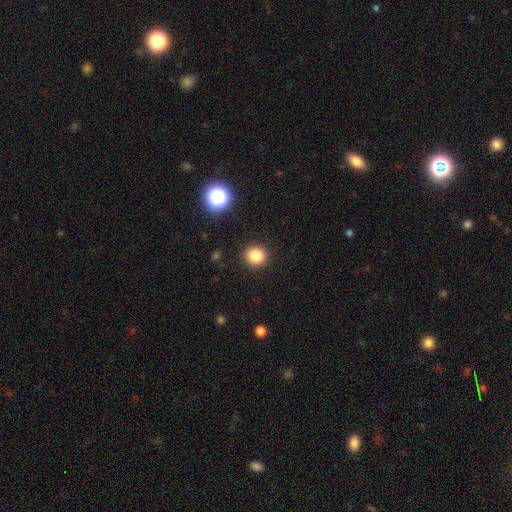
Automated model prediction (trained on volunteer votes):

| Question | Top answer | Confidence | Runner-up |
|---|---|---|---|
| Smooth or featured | smooth | 83% | star or artifact (12%) |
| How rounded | round | 92% | in between (8%) |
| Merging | none | 91% | minor disturbance (5%) |